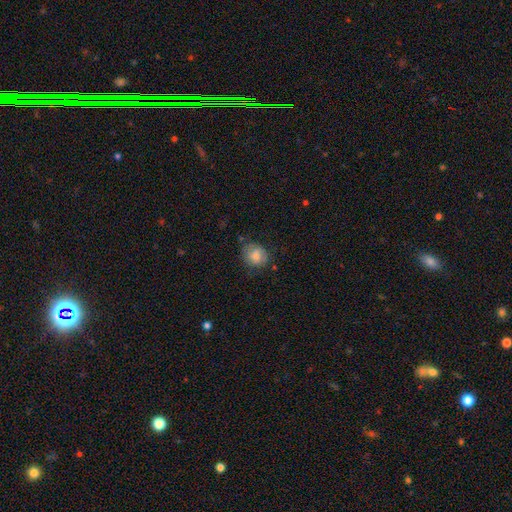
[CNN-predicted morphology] A smooth galaxy with no disk features (69%) that is round (65%).

Vote fractions:
- Smooth or featured? smooth: 69% / featured or disk: 22% / star or artifact: 9%
- How rounded? round: 65% / in between: 34% / cigar-shaped: 1%
- Merging? none: 63% / minor disturbance: 25% / major disturbance: 9% / merger: 3%